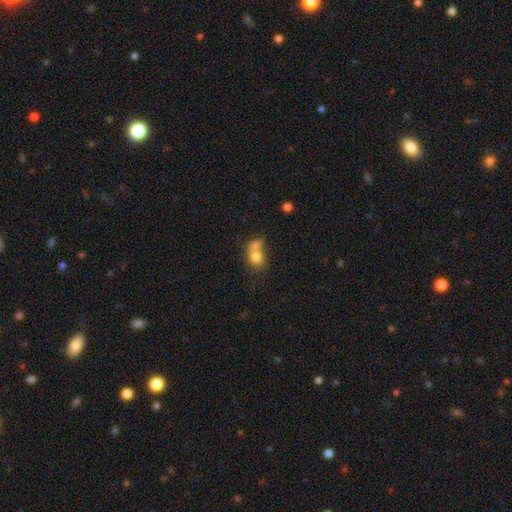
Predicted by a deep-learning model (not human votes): Q: Smooth or featured?
A: smooth (76%); runner-up: featured or disk (13%)
Q: How rounded?
A: round (57%); runner-up: in between (42%)
Q: Merging?
A: merger (59%); runner-up: none (28%)